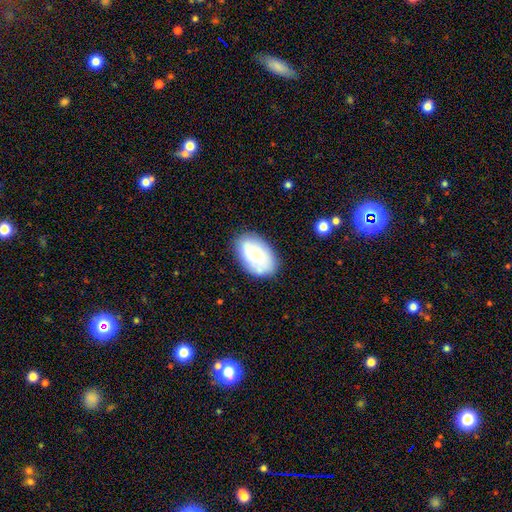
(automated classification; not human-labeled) smooth-or-featured: smooth: 60% | featured or disk: 33% | star or artifact: 7%
  how-rounded: in between: 90% | round: 9% | cigar-shaped: 1%
  merging: none: 74% | minor disturbance: 17% | major disturbance: 5% | merger: 3%